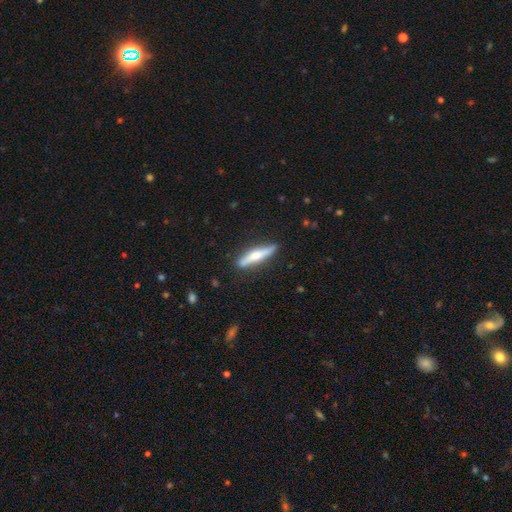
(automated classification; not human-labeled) Smooth or featured? smooth (48%)
Merging? none (85%)